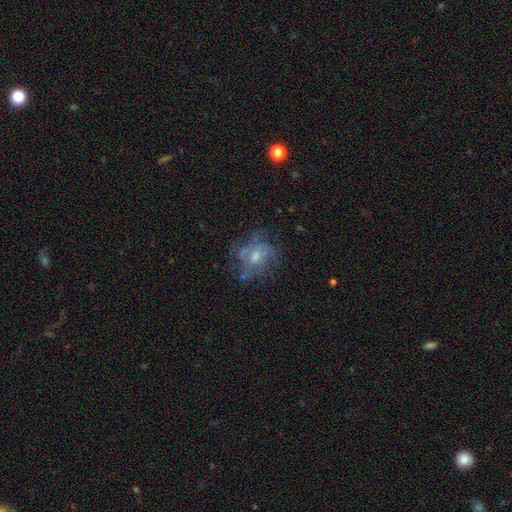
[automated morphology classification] Q: Smooth or featured?
A: featured or disk (66%); runner-up: smooth (20%)
Q: Edge-on disk?
A: no (97%); runner-up: yes (3%)
Q: Bar?
A: no (65%); runner-up: weak (30%)
Q: Spiral arms?
A: yes (72%); runner-up: no (28%)
Q: Bulge size?
A: moderate (54%); runner-up: small (34%)
Q: Merging?
A: none (62%); runner-up: minor disturbance (19%)